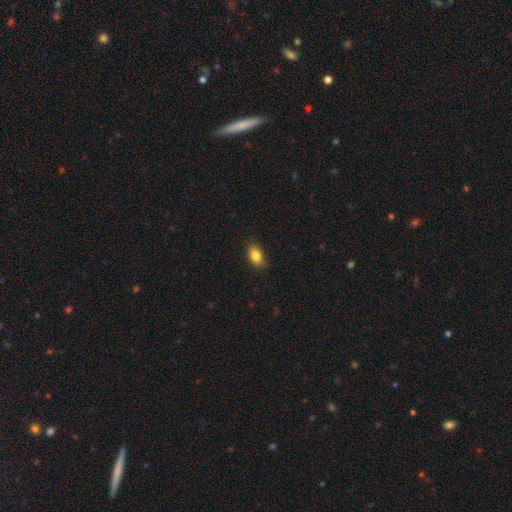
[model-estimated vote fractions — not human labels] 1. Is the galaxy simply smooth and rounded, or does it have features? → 86% smooth, 8% star or artifact, 5% featured or disk.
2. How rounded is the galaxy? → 87% in between, 11% round, 2% cigar-shaped.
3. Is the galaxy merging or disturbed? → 87% none, 10% minor disturbance, 2% major disturbance, 1% merger.